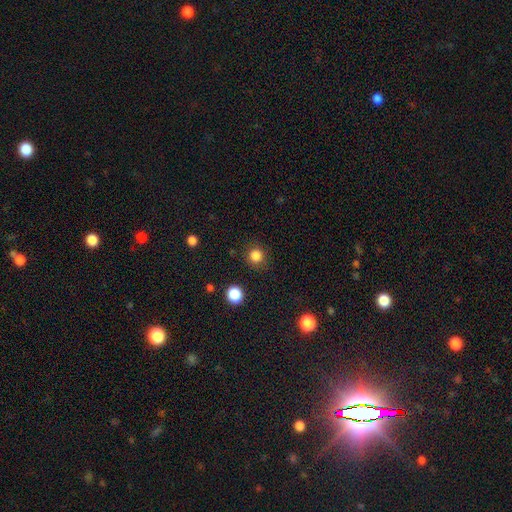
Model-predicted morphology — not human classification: smooth_or_featured: smooth (p=0.84) [alt: star or artifact p=0.13]
how_rounded: round (p=0.92) [alt: in between p=0.07]
merging: none (p=0.88) [alt: minor disturbance p=0.08]